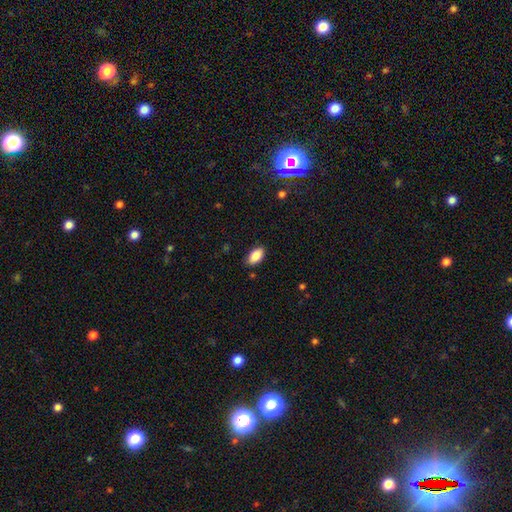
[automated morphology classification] smooth 86%, star or artifact 7%, featured or disk 7%. Down the decision tree: how rounded — in between (93%); merging — none (86%).